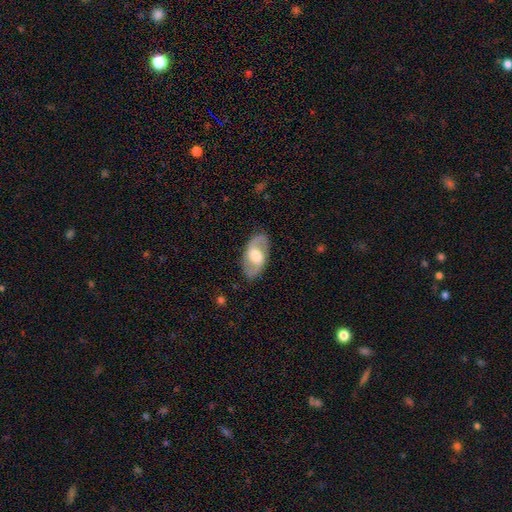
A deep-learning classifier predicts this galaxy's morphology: A featured or disk galaxy (65%) with no bar (44%), spiral arms (71%) and a moderate central bulge (44%, tied with large).

Vote fractions:
- Smooth or featured? featured or disk: 65% / smooth: 30% / star or artifact: 5%
- Edge-on disk? no: 90% / yes: 10%
- Bar? no: 44% / weak: 41% / strong: 15%
- Spiral arms? yes: 71% / no: 29%
- Bulge size? moderate: 44% (tied) / large: 44% (tied) / small: 7% / dominant: 3% / none: 2%
- Merging? none: 84% / minor disturbance: 11% / major disturbance: 4% / merger: 1%